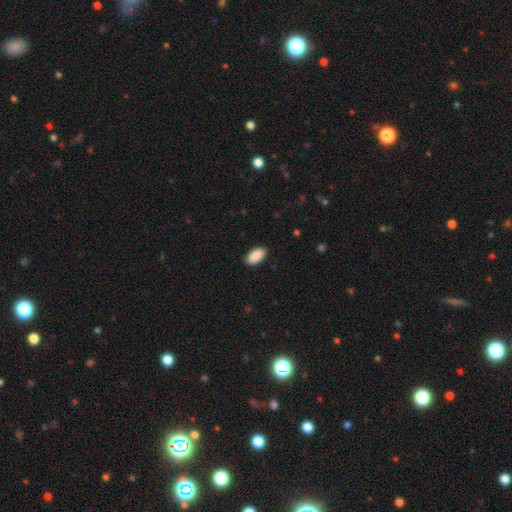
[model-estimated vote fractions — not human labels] A smooth galaxy with no disk features (91%) that is in between round and cigar-shaped (95%).

Vote fractions:
- Smooth or featured? smooth: 91% / star or artifact: 6% / featured or disk: 3%
- How rounded? in between: 95% / round: 2% / cigar-shaped: 2%
- Merging? none: 90% / minor disturbance: 8% / major disturbance: 2% / merger: 1%